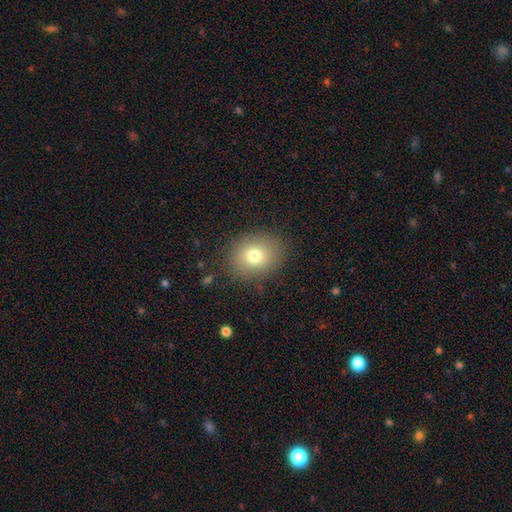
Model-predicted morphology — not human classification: Overall: smooth (75%). How rounded: round (56%; in between 43%). Merging: none (89%).